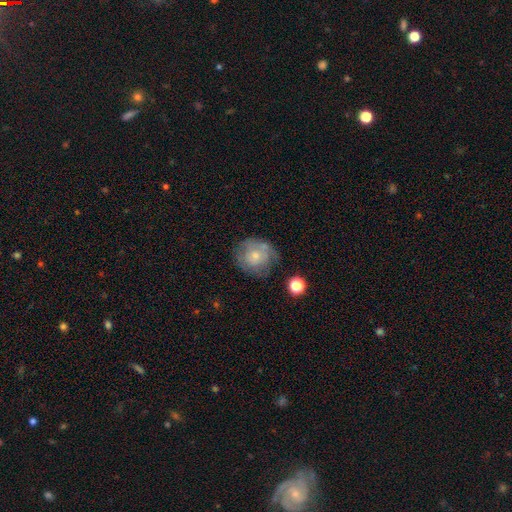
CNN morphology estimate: Smooth or featured? smooth (55%)
How rounded? round (83%)
Merging? none (57%)